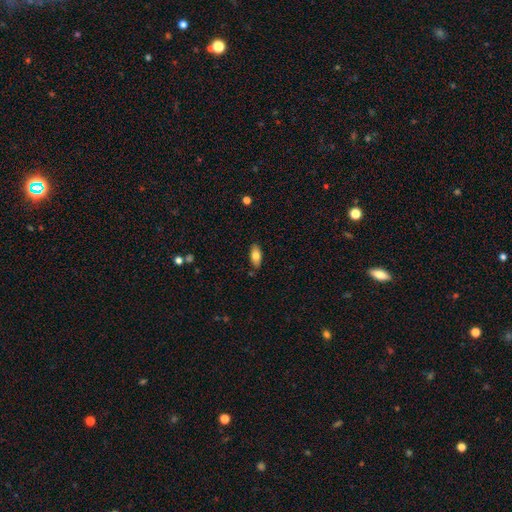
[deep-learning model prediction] Smooth or featured: smooth — 77% (featured or disk — 16%)
How rounded: in between — 87% (cigar-shaped — 10%)
Merging: none — 85% (minor disturbance — 11%)